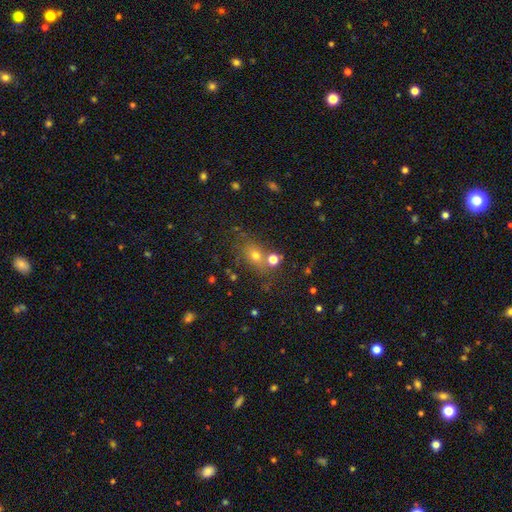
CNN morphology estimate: A smooth galaxy with no disk features (63%) that is in between round and cigar-shaped (53%).

Vote fractions:
- Smooth or featured? smooth: 63% / star or artifact: 21% / featured or disk: 15%
- How rounded? in between: 53% / round: 45% / cigar-shaped: 2%
- Merging? none: 59% / merger: 21% / minor disturbance: 13% / major disturbance: 6%